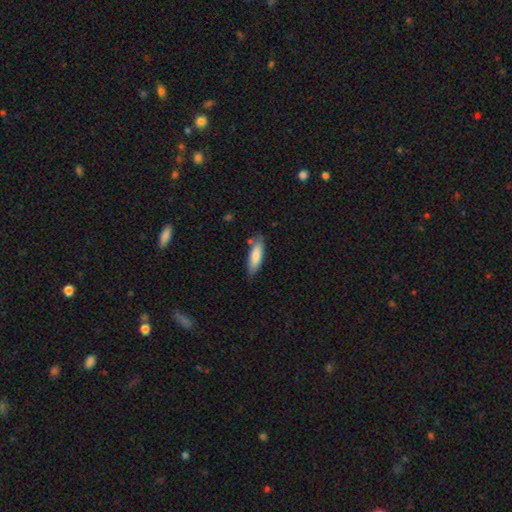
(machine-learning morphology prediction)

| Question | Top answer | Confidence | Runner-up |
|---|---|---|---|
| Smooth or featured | smooth | 82% | featured or disk (12%) |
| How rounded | cigar-shaped | 50% | in between (48%) |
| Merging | none | 74% | minor disturbance (18%) |